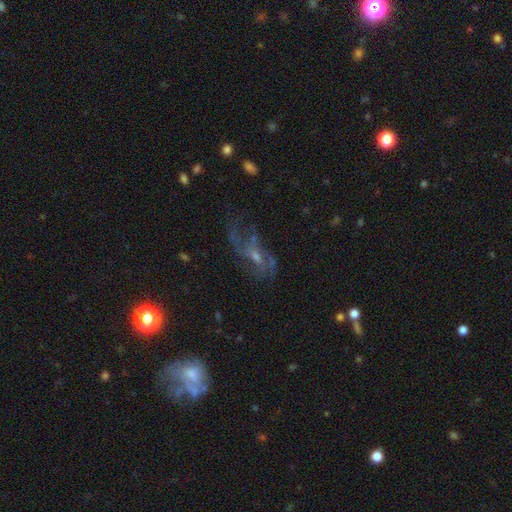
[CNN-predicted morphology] type=featured or disk (64%); edge-on=no (93%); bar=no (64%); spiral arms=yes (62%); bulge=small (52%); merging=none (43%).